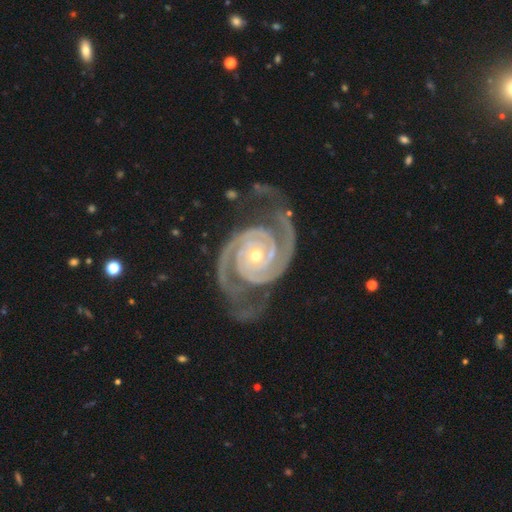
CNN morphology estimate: A featured or disk galaxy (95%) with no bar (72%), 2 (90%) tight (66%) spiral arms (99%) and a small central bulge (59%). Merging: none (71%).